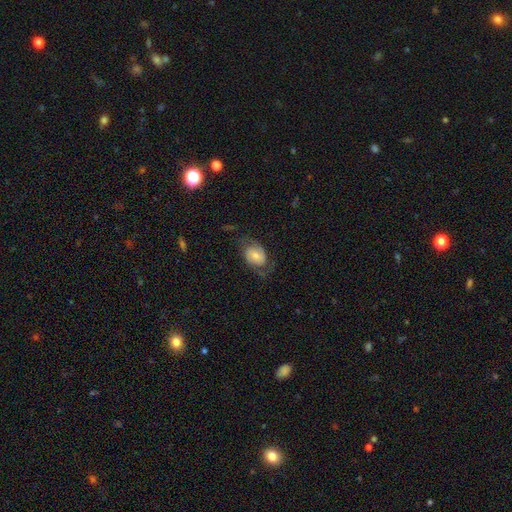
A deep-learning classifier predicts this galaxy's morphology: Overall: featured or disk (56%; smooth 36%). Edge-on disk: no (96%). Bar: no (64%; weak 28%). Spiral arms: yes (85%). Bulge size: moderate (45%; small 40%). Merging: none (59%; minor disturbance 21%).